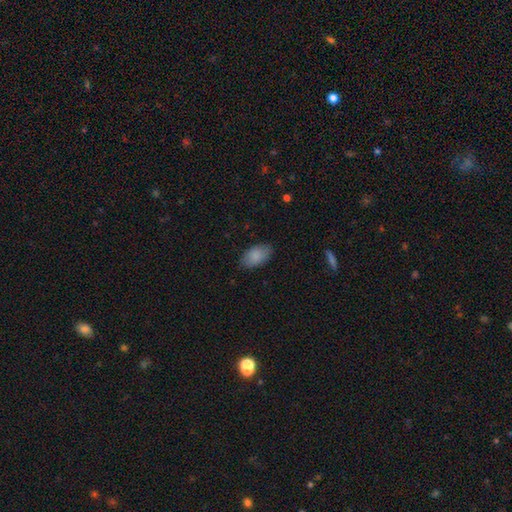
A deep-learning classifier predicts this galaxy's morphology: Smooth or featured: smooth — 87% (star or artifact — 7%)
How rounded: in between — 94% (round — 4%)
Merging: none — 83% (minor disturbance — 13%)